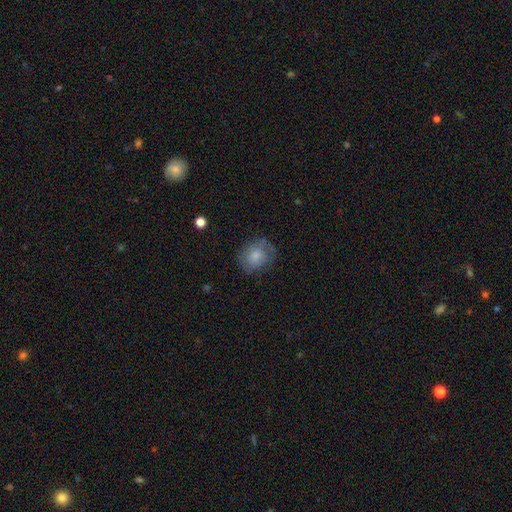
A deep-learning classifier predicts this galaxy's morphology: type=smooth (73%); roundness=round (62%); merging=none (65%).